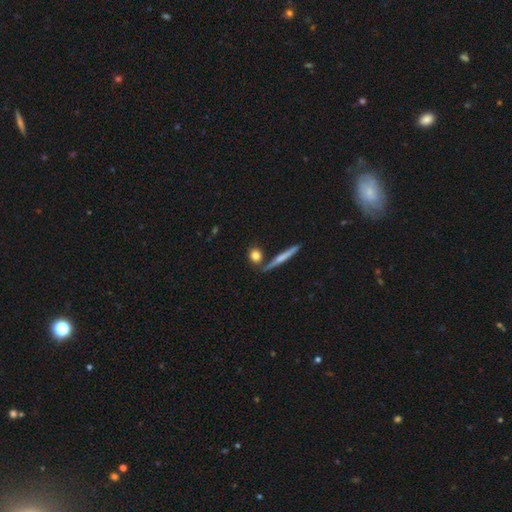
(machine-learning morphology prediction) Overall: smooth (78%). How rounded: round (68%). Merging: none (73%).